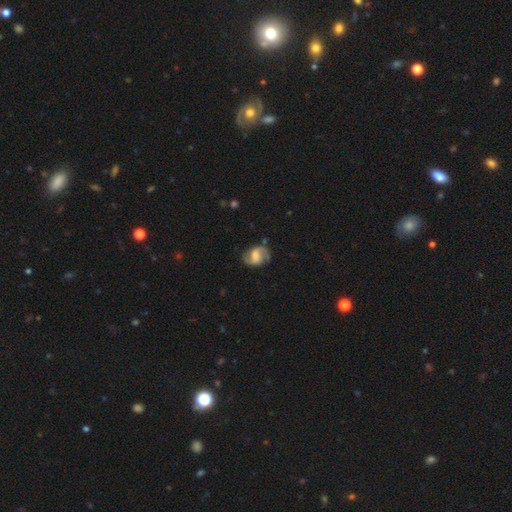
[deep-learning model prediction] The model was most divided on "bulge size": moderate: 32%, none: 26%, small: 25%, large: 15%, dominant: 2%. Remaining: edge-on disk — no (98%); spiral arms — yes (94%); spiral arm count — 2 (90%); smooth or featured — featured or disk (77%); merging — none (77%); bar — weak (51%); spiral winding — medium (49%).